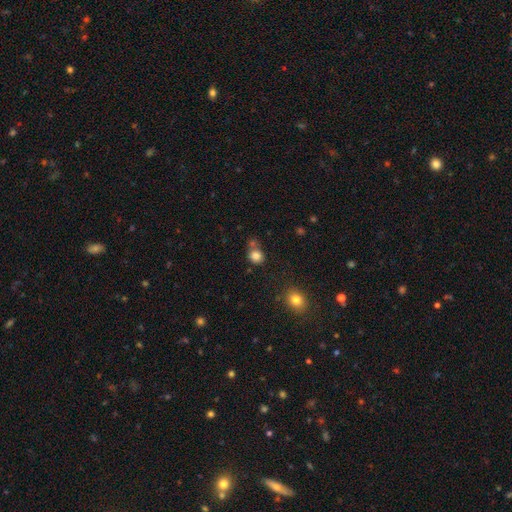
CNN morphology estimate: Overall: smooth (82%). How rounded: round (76%). Merging: none (57%; merger 23%).